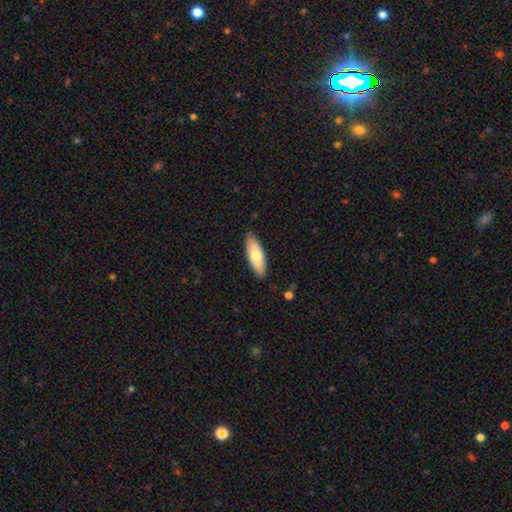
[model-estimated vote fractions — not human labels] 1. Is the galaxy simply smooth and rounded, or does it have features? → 72% smooth, 22% featured or disk, 5% star or artifact.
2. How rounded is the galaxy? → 62% in between, 36% cigar-shaped, 2% round.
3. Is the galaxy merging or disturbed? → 87% none, 10% minor disturbance, 2% major disturbance, 1% merger.